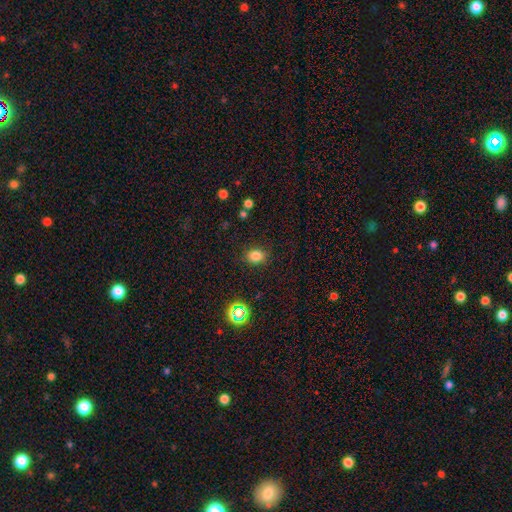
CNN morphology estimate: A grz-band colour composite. It shows a smooth galaxy with no disk features (80%) that is in between round and cigar-shaped (52%). Merging: none (85%).